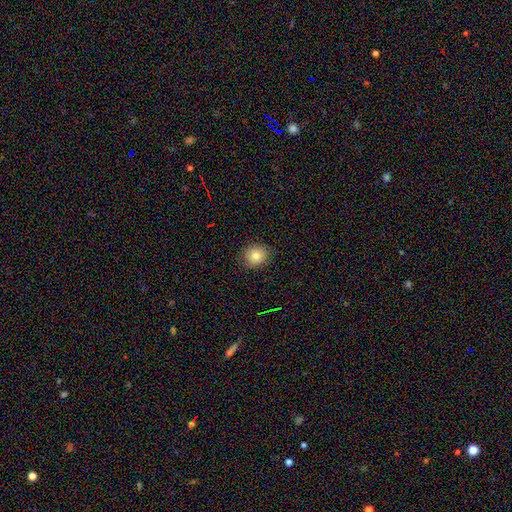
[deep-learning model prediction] Smooth or featured?
  - smooth: 81% *
  - star or artifact: 11%
  - featured or disk: 8%
How rounded?
  - round: 73% *
  - in between: 26%
  - cigar-shaped: 1%
Merging?
  - none: 85% *
  - minor disturbance: 12%
  - major disturbance: 2%
  - merger: 1%